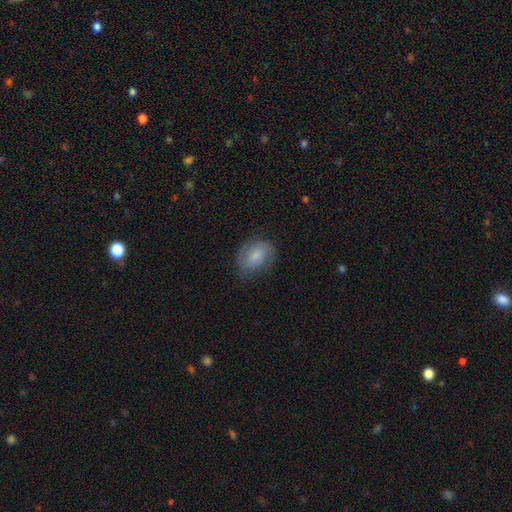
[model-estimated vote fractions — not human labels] Smooth or featured: smooth — 56% (featured or disk — 36%)
How rounded: in between — 77% (round — 22%)
Merging: none — 73% (minor disturbance — 19%)